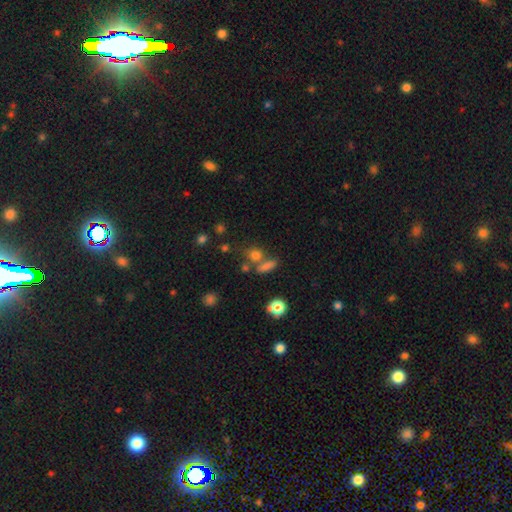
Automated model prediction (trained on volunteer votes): smooth-or-featured: smooth: 74% | star or artifact: 16% | featured or disk: 9%
  how-rounded: round: 62% | in between: 31% | cigar-shaped: 7%
  merging: none: 55% | merger: 29% | minor disturbance: 11% | major disturbance: 6%